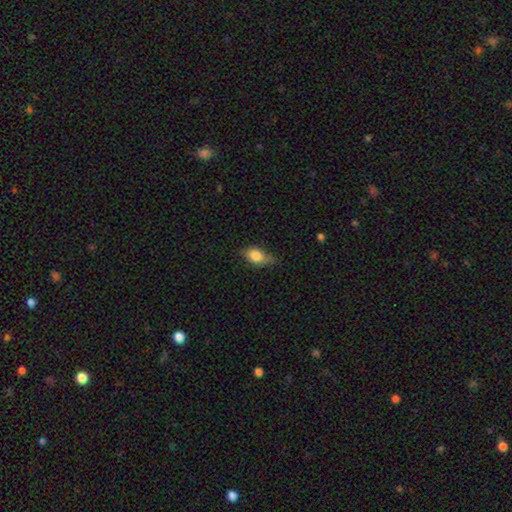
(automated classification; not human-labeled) Smooth or featured? Predicted: smooth (p=0.81). How rounded? Predicted: in between (p=0.81). Merging? Predicted: none (p=0.45).